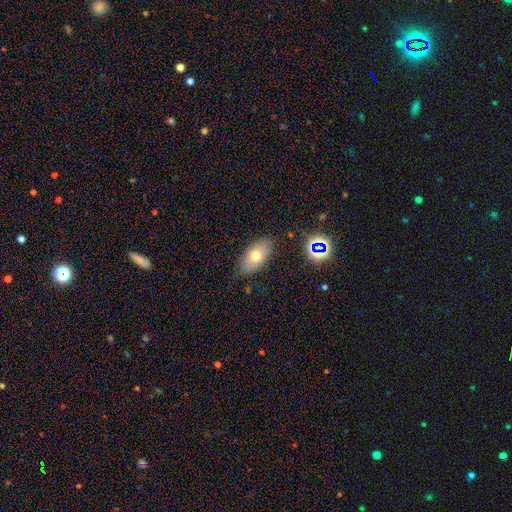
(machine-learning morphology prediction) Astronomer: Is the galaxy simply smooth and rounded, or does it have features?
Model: smooth — 67%.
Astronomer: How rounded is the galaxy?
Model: in between — 90%.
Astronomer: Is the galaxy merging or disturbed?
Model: none — 78%.